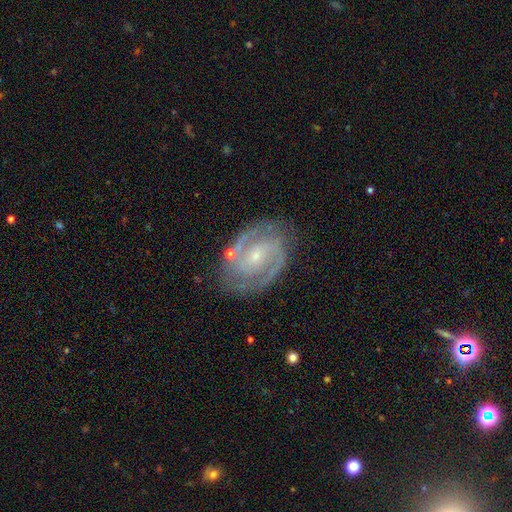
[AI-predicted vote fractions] Smooth or featured? Predicted: featured or disk (p=0.89). Edge-on disk? Predicted: no (p=0.97). Bar? Predicted: no (p=0.45). Spiral arms? Predicted: yes (p=0.98). Spiral winding? Predicted: tight (p=0.47). Spiral arm count? Predicted: 2 (p=0.87). Bulge size? Predicted: small (p=0.73). Merging? Predicted: none (p=0.78).